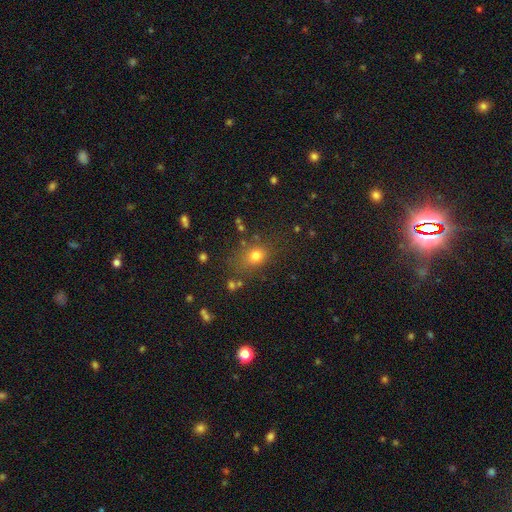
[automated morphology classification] type=smooth (76%); roundness=in between (51%); merging=none (73%).